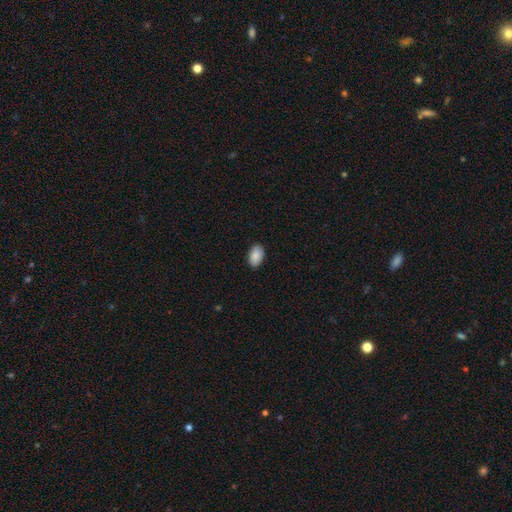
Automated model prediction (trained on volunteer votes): Smooth or featured? smooth (89%)
How rounded? in between (93%)
Merging? none (89%)